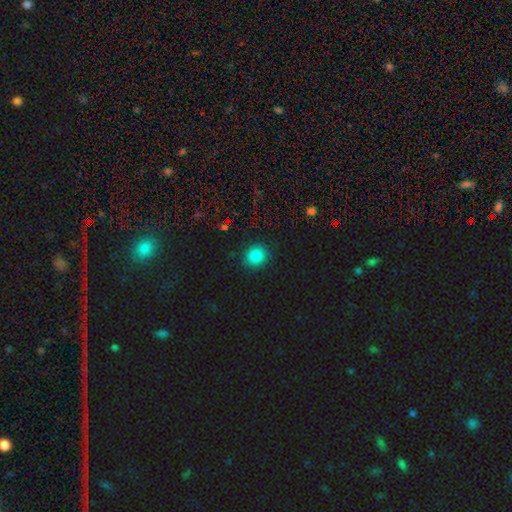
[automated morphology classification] Q: Smooth or featured?
A: smooth (83%); runner-up: star or artifact (13%)
Q: How rounded?
A: round (79%); runner-up: in between (20%)
Q: Merging?
A: none (90%); runner-up: minor disturbance (7%)